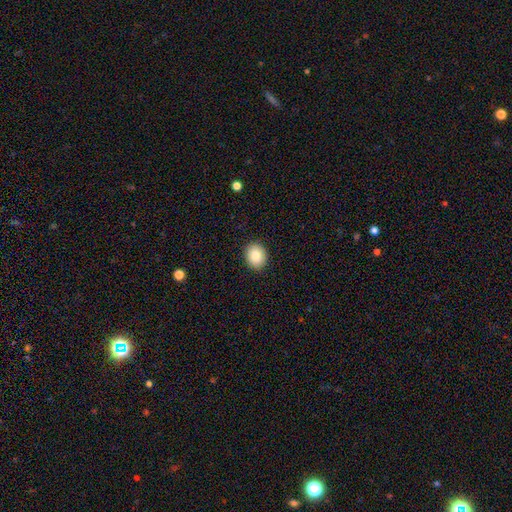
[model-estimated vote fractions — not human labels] smooth-or-featured: smooth: 85% | star or artifact: 9% | featured or disk: 6%
  how-rounded: round: 67% | in between: 32% | cigar-shaped: 1%
  merging: none: 91% | minor disturbance: 6% | major disturbance: 2% | merger: 1%